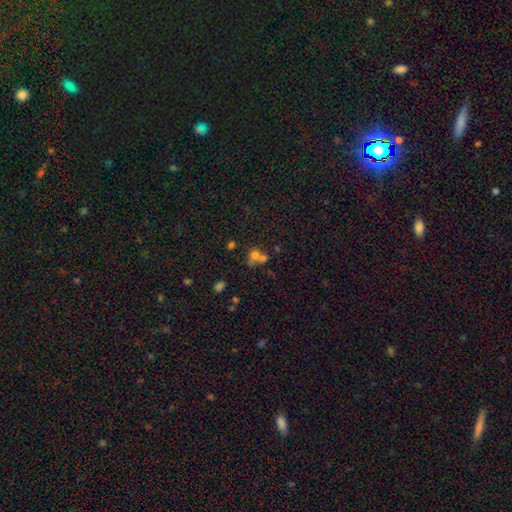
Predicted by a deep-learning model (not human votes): smooth_or_featured: smooth (p=0.67) [alt: featured or disk p=0.16]
how_rounded: round (p=0.73) [alt: in between p=0.25]
merging: merger (p=0.54) [alt: none p=0.33]